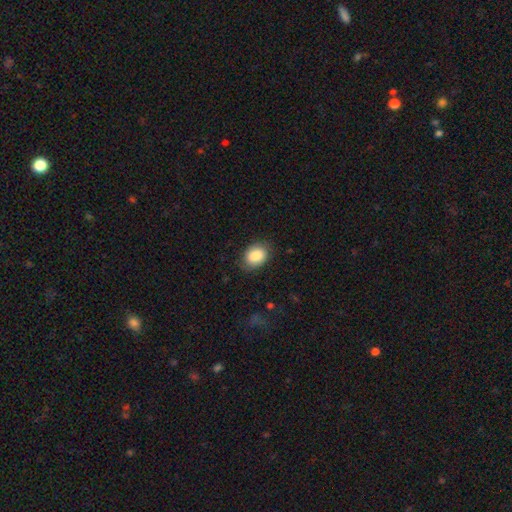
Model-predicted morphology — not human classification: smooth_or_featured: smooth (p=0.86) [alt: featured or disk p=0.07]
how_rounded: in between (p=0.70) [alt: round p=0.29]
merging: none (p=0.79) [alt: minor disturbance p=0.16]